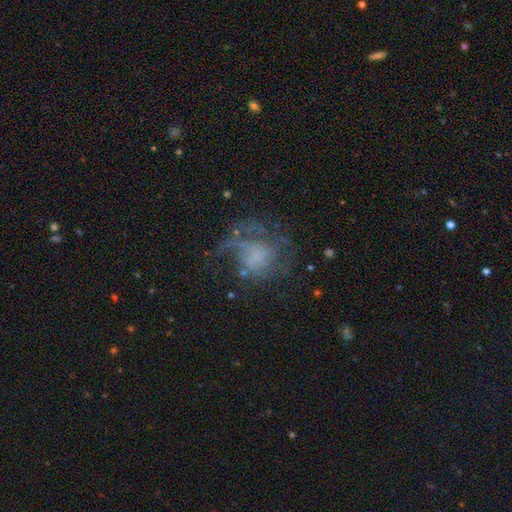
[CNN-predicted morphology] Smooth or featured: featured or disk — 62% (smooth — 25%)
Edge-on disk: no — 98% (yes — 2%)
Bar: no — 77% (weak — 20%)
Spiral arms: yes — 67% (no — 33%)
Bulge size: none — 56% (small — 17%)
Merging: none — 41% (major disturbance — 38%)